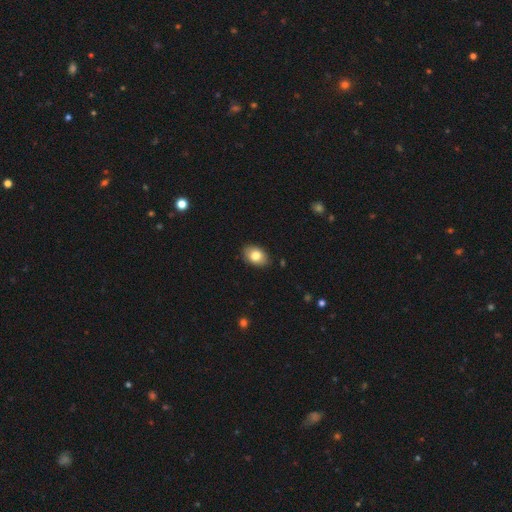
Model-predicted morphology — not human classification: This appears to be a smooth galaxy with no disk features (81%) that is in between round and cigar-shaped (84%). Merging: none (88%).